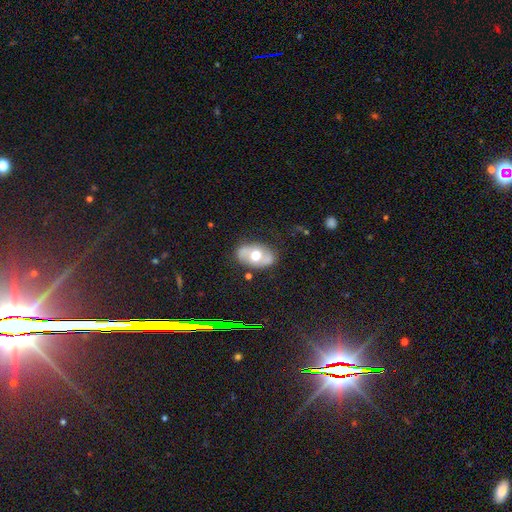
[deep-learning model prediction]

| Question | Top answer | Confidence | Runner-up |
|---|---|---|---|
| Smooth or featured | featured or disk | 49% | smooth (44%) |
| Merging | none | 75% | minor disturbance (17%) |